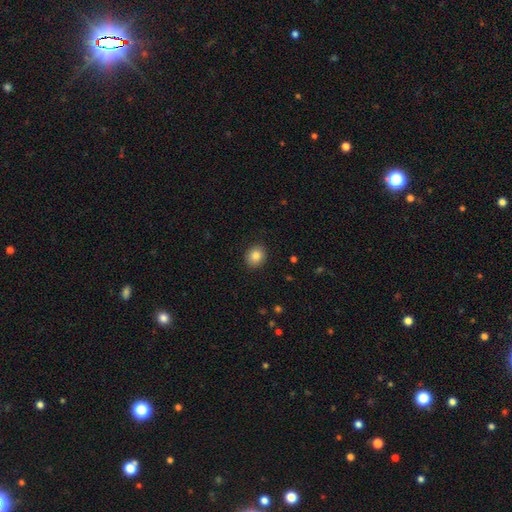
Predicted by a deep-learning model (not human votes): Overall: smooth (84%). How rounded: round (68%; in between 31%). Merging: none (89%).